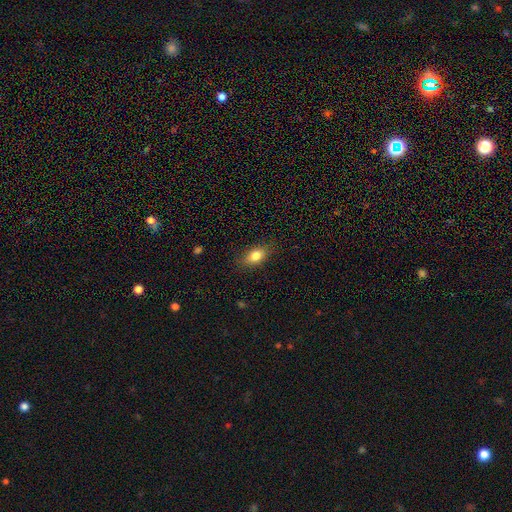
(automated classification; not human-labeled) Morphology: type=smooth (80%); roundness=in between (82%); merging=none (84%).